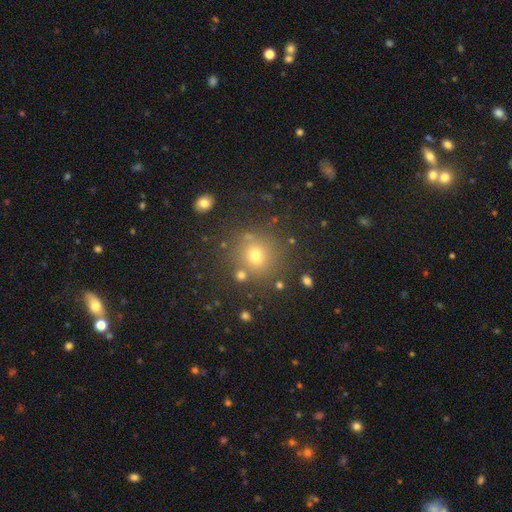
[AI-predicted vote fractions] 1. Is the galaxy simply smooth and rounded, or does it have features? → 69% smooth, 21% star or artifact, 10% featured or disk.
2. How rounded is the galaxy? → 89% round, 10% in between, 1% cigar-shaped.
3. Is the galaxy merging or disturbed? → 80% none, 9% minor disturbance, 7% merger, 4% major disturbance.